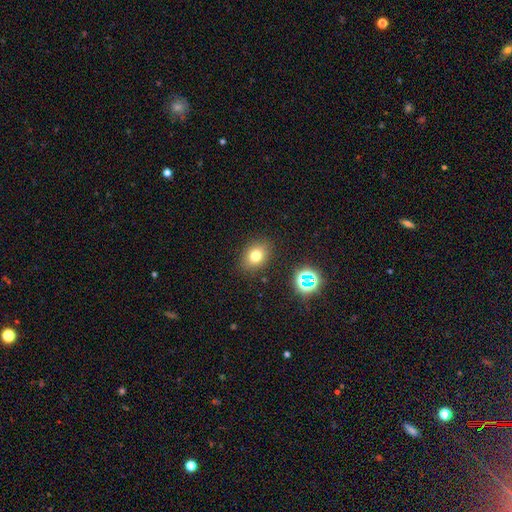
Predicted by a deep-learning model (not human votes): smooth 75%, star or artifact 15%, featured or disk 9%. Down the decision tree: how rounded — in between (60%); merging — none (85%).